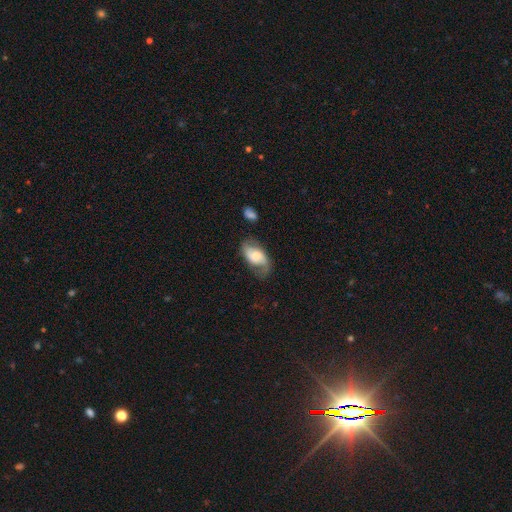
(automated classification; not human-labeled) A featured or disk galaxy (57%) with no bar (57%), spiral arms (84%) and a moderate central bulge (59%). Merging: none (57%).